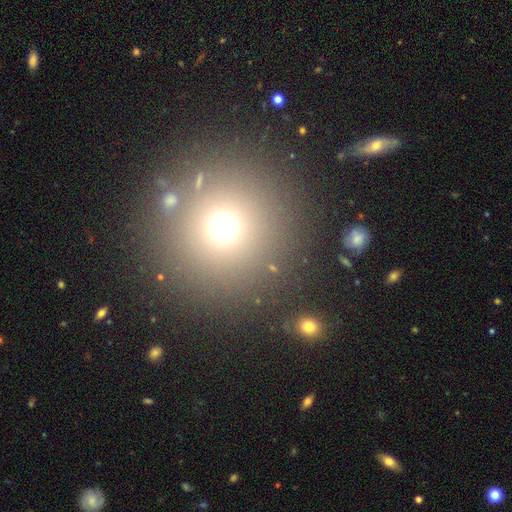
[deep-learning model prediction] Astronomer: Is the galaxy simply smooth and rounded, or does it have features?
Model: smooth — 67%.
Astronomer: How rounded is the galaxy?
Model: round — 96%.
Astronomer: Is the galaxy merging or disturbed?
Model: none — 87%.